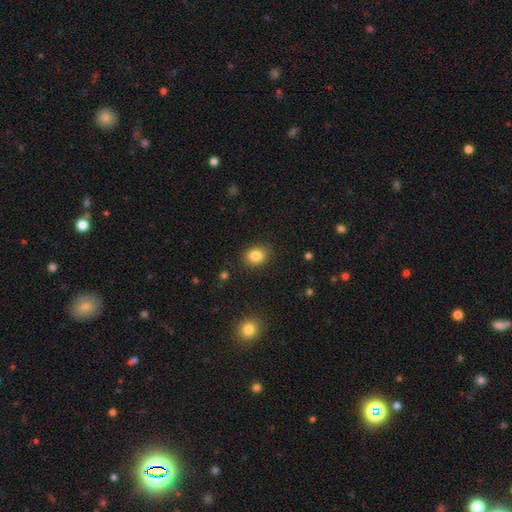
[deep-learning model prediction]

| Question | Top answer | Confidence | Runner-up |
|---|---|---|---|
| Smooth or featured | smooth | 85% | star or artifact (9%) |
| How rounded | in between | 60% | round (39%) |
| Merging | none | 85% | minor disturbance (11%) |